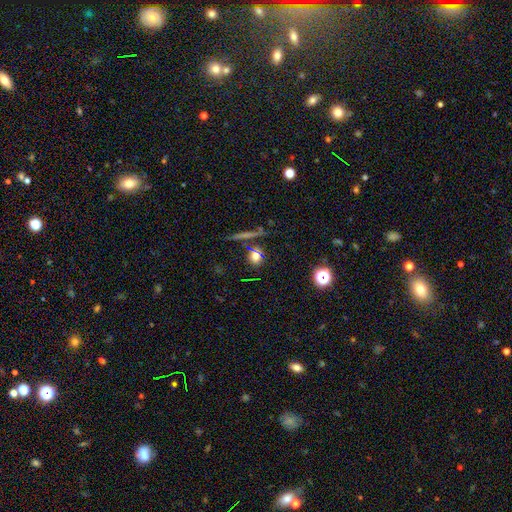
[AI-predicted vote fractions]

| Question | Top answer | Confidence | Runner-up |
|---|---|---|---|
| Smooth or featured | smooth | 61% | star or artifact (24%) |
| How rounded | round | 72% | in between (17%) |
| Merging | none | 77% | minor disturbance (10%) |